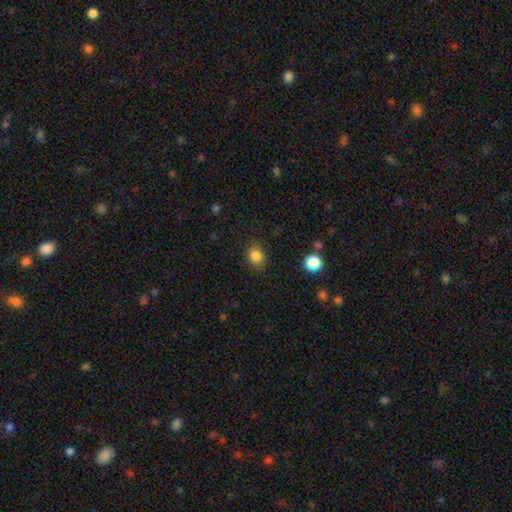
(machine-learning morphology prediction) The model was most divided on "how rounded": round: 53%, in between: 46%, cigar-shaped: 1%. More confident: merging — none (85%); smooth or featured — smooth (84%).